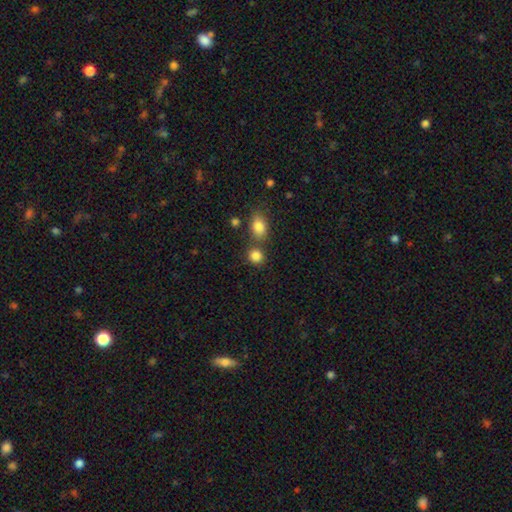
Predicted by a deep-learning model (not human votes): smooth-or-featured: smooth: 85% | star or artifact: 10% | featured or disk: 5%
  how-rounded: round: 74% | in between: 25% | cigar-shaped: 1%
  merging: none: 66% | merger: 21% | minor disturbance: 10% | major disturbance: 3%